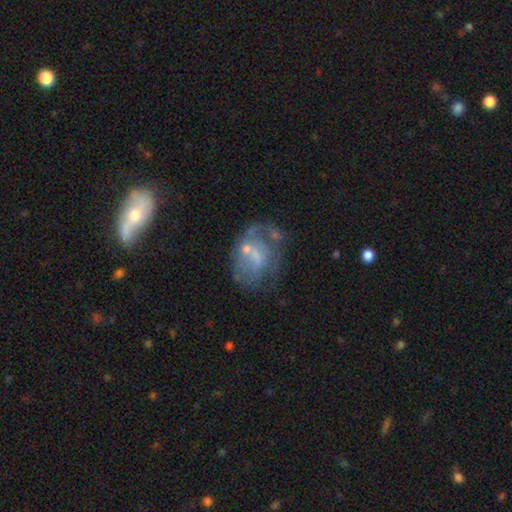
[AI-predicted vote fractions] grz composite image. It shows a featured or disk galaxy (58%) with no bar (64%), no spiral arms (57%) and a small central bulge (39%). Merging: none (37%).